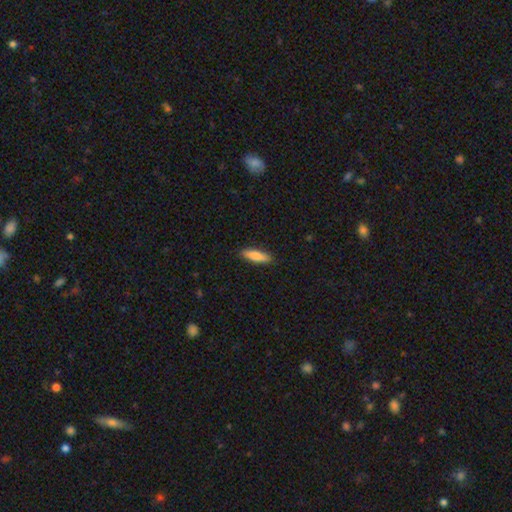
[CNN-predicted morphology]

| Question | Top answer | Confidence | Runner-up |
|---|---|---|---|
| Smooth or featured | smooth | 80% | featured or disk (14%) |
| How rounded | cigar-shaped | 57% | in between (41%) |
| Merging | none | 89% | minor disturbance (9%) |